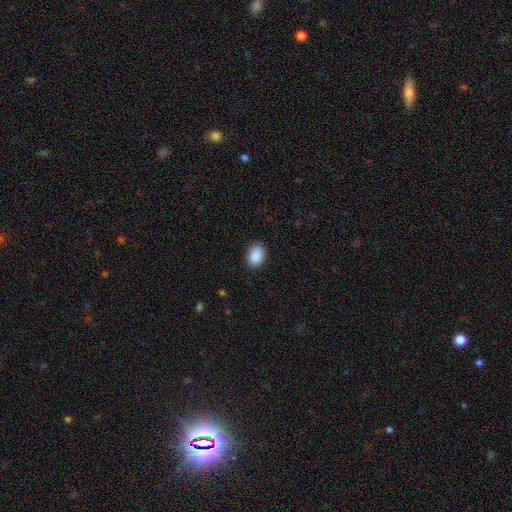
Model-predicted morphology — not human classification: Smooth or featured? Predicted: smooth (p=0.90). How rounded? Predicted: in between (p=0.79). Merging? Predicted: none (p=0.86).